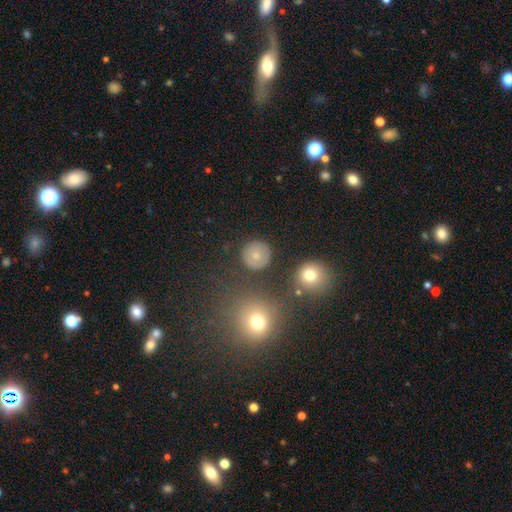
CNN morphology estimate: Smooth or featured?
  - smooth: 74% *
  - featured or disk: 13%
  - star or artifact: 13%
How rounded?
  - round: 93% *
  - in between: 6%
  - cigar-shaped: 1%
Merging?
  - none: 86% *
  - minor disturbance: 8%
  - major disturbance: 4%
  - merger: 2%